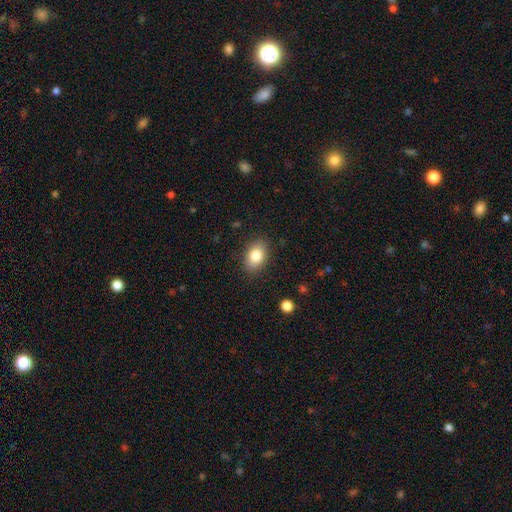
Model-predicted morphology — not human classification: The model was most divided on "how rounded": in between: 85%, round: 14%, cigar-shaped: 1%. More confident: merging — none (86%); smooth or featured — smooth (83%).